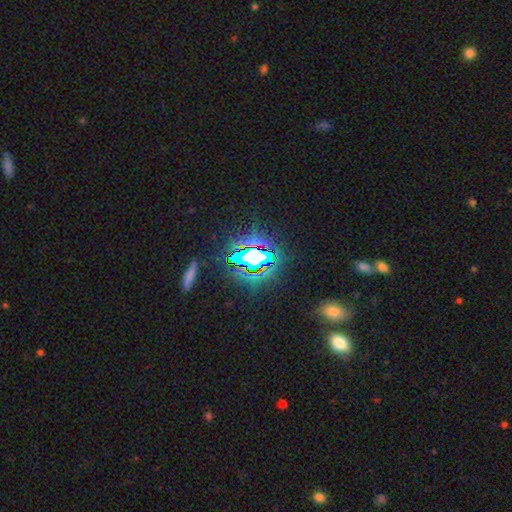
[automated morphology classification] smooth-or-featured: star or artifact: 72% | smooth: 15% | featured or disk: 12%